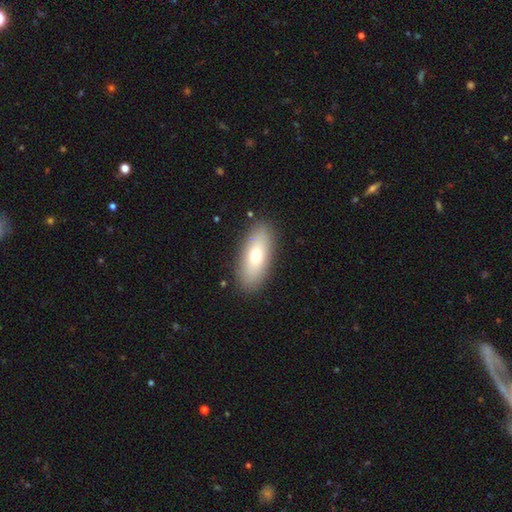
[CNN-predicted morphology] Smooth or featured: smooth — 69% (featured or disk — 24%)
How rounded: in between — 79% (cigar-shaped — 18%)
Merging: none — 88% (minor disturbance — 8%)